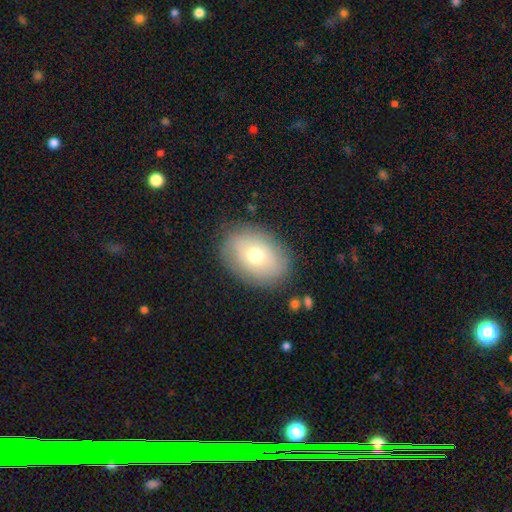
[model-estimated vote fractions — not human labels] Smooth or featured?
  - smooth: 62% *
  - featured or disk: 29%
  - star or artifact: 9%
How rounded?
  - in between: 75% *
  - round: 24%
  - cigar-shaped: 1%
Merging?
  - none: 83% *
  - minor disturbance: 12%
  - major disturbance: 4%
  - merger: 1%